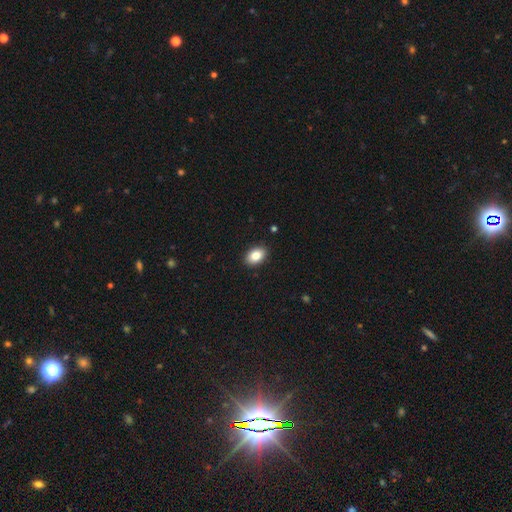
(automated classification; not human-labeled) Smooth or featured? Predicted: smooth (p=0.85). How rounded? Predicted: in between (p=0.85). Merging? Predicted: none (p=0.90).